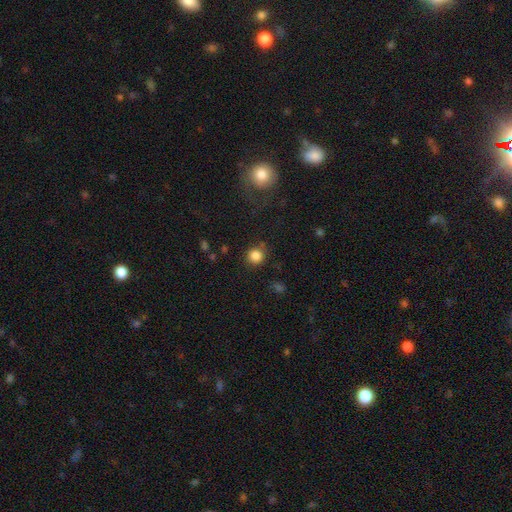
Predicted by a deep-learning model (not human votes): This is clearly a smooth galaxy (84%). How rounded: clearly round (91%). Merging: clearly none (84%).